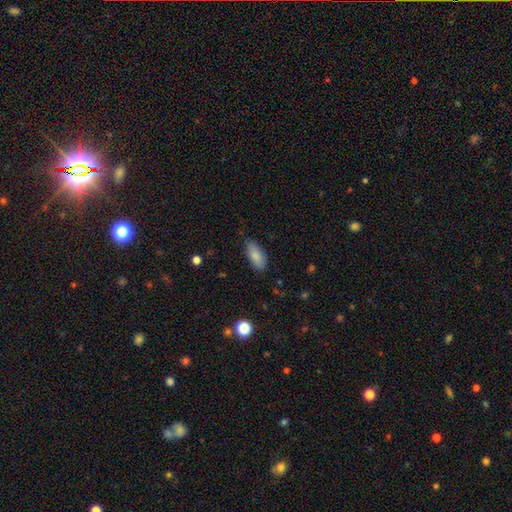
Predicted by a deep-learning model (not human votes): smooth 86%, featured or disk 7%, star or artifact 7%. Down the decision tree: how rounded — in between (86%); merging — none (84%).